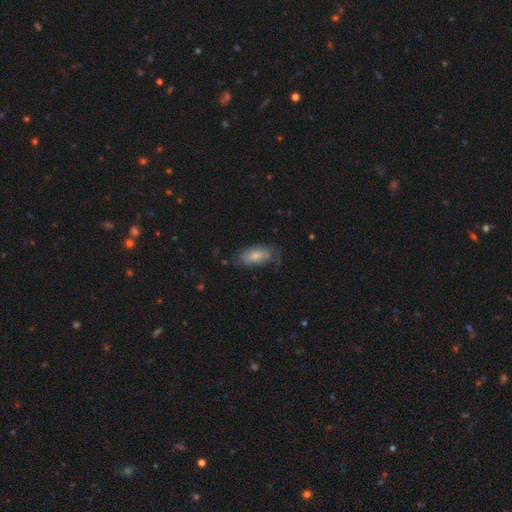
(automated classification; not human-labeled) This appears to be a smooth galaxy with no disk features (64%) that is in between round and cigar-shaped (90%). Merging: none (59%).